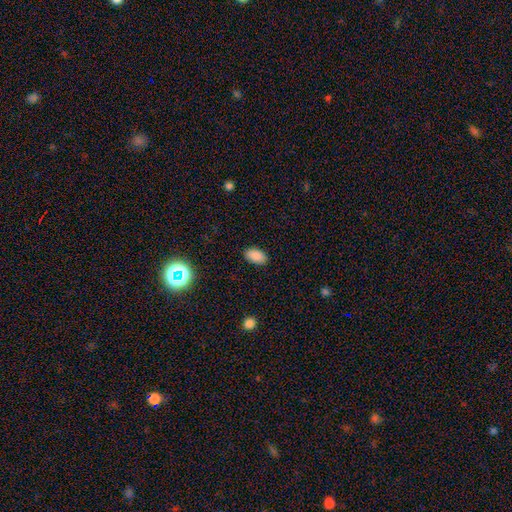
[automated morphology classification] smooth-or-featured: smooth: 86% | star or artifact: 10% | featured or disk: 4%
  how-rounded: in between: 94% | round: 4% | cigar-shaped: 2%
  merging: none: 88% | minor disturbance: 9% | major disturbance: 2% | merger: 1%